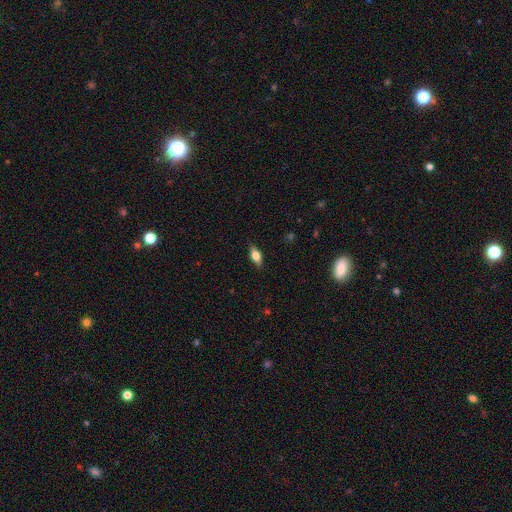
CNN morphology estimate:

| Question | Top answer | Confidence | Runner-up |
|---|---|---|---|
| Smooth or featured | smooth | 64% | featured or disk (28%) |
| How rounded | in between | 77% | cigar-shaped (18%) |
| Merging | none | 86% | minor disturbance (11%) |